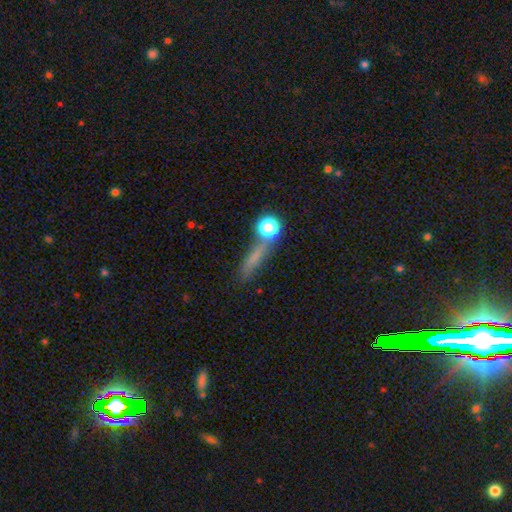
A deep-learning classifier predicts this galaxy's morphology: Q: Smooth or featured?
A: smooth (60%); runner-up: featured or disk (22%)
Q: How rounded?
A: cigar-shaped (59%); runner-up: round (22%)
Q: Merging?
A: none (56%); runner-up: minor disturbance (16%)